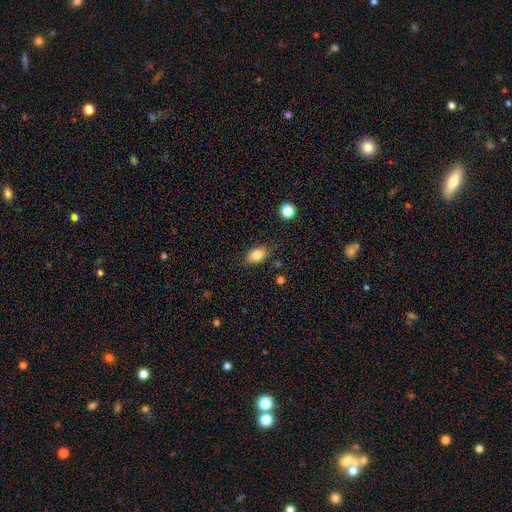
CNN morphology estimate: Smooth or featured?
  - smooth: 83% *
  - featured or disk: 9%
  - star or artifact: 9%
How rounded?
  - in between: 86% *
  - round: 12%
  - cigar-shaped: 2%
Merging?
  - none: 77% *
  - minor disturbance: 17%
  - major disturbance: 4%
  - merger: 3%